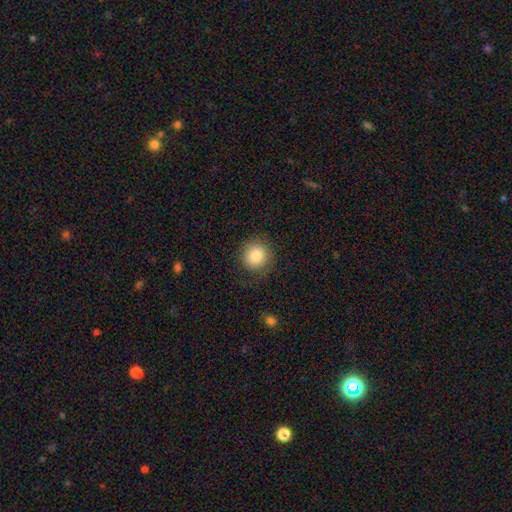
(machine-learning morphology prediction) A smooth galaxy with no disk features (84%) that is round (92%).

Vote fractions:
- Smooth or featured? smooth: 84% / star or artifact: 9% / featured or disk: 8%
- How rounded? round: 92% / in between: 7% / cigar-shaped: 1%
- Merging? none: 80% / minor disturbance: 12% / major disturbance: 6% / merger: 1%